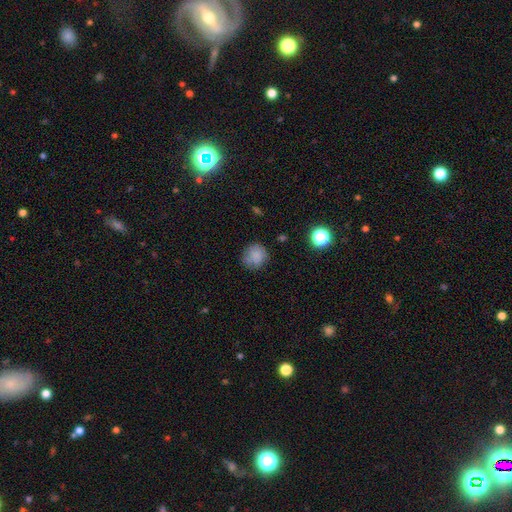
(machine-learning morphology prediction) A smooth galaxy with no disk features (80%) that is round (86%). Merging: none (71%).